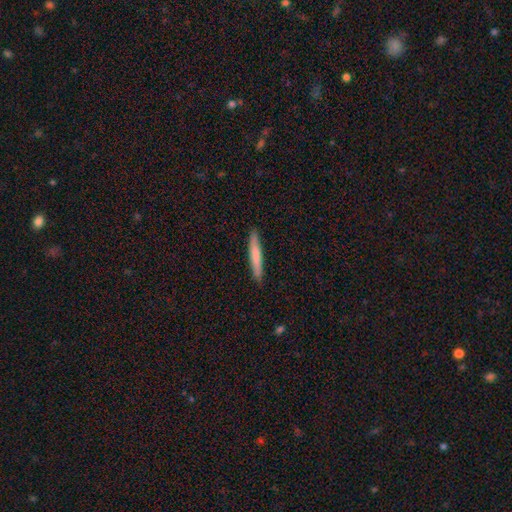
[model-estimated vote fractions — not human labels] This is likely a smooth galaxy (71%). How rounded: clearly cigar-shaped (95%). Merging: clearly none (89%).